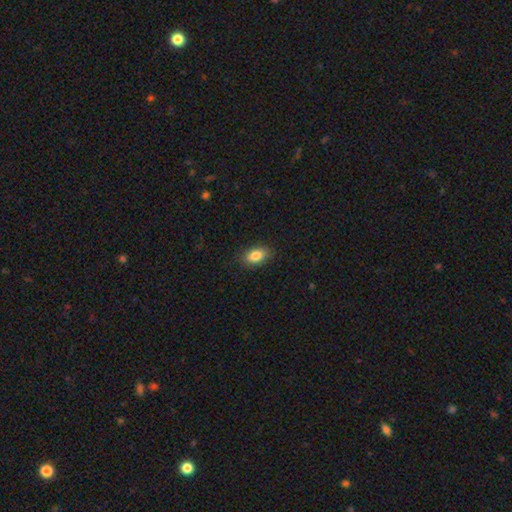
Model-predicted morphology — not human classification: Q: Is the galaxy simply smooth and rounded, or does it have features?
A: smooth — 85%.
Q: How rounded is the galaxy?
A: in between — 90%.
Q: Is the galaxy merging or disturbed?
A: none — 88%.